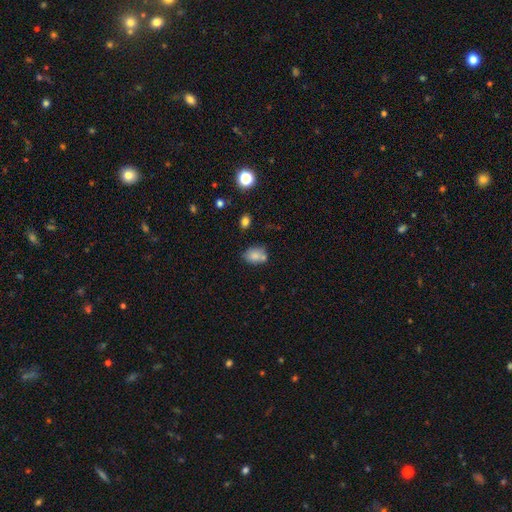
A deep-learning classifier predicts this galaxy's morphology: Q: Smooth or featured?
A: smooth (79%); runner-up: featured or disk (11%)
Q: How rounded?
A: in between (74%); runner-up: round (24%)
Q: Merging?
A: none (54%); runner-up: merger (22%)